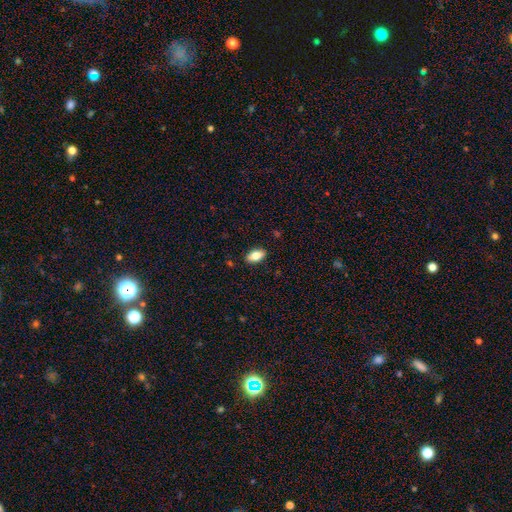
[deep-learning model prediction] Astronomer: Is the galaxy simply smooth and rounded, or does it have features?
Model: smooth — 79%.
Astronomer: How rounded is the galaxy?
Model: in between — 90%.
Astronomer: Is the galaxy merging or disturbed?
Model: none — 88%.